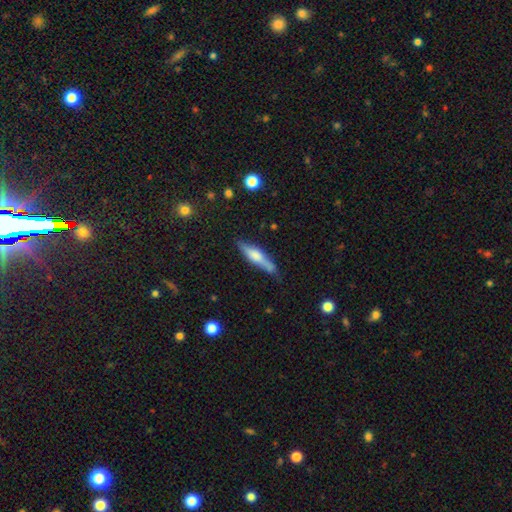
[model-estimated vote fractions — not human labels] This appears to be a smooth galaxy with no disk features (53%) that is cigar-shaped (77%). Merging: none (73%).